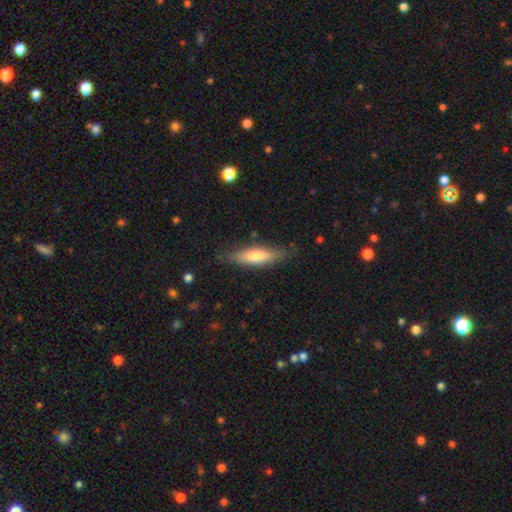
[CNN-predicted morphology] The model was most divided on "how rounded": cigar-shaped: 63%, in between: 35%, round: 2%. More confident: merging — none (81%); smooth or featured — smooth (68%).